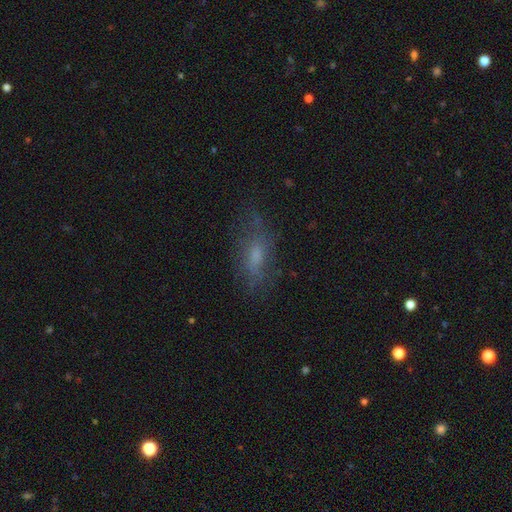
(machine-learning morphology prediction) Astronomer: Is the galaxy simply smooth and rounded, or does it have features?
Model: smooth — 56%.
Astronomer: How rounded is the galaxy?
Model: in between — 70%.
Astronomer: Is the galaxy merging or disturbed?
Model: none — 66%.